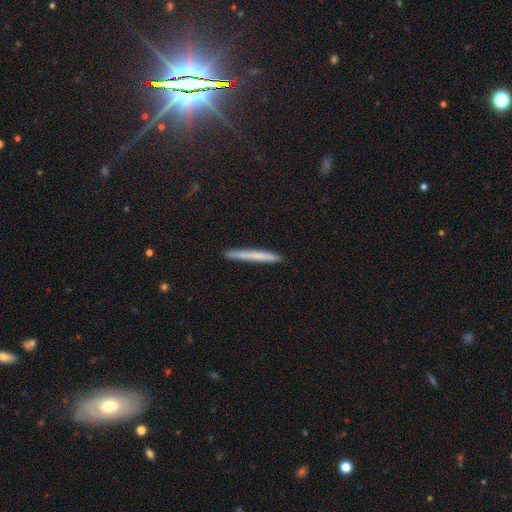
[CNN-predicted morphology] Smooth or featured: smooth — 67% (featured or disk — 26%)
How rounded: cigar-shaped — 97% (in between — 2%)
Merging: none — 91% (minor disturbance — 7%)